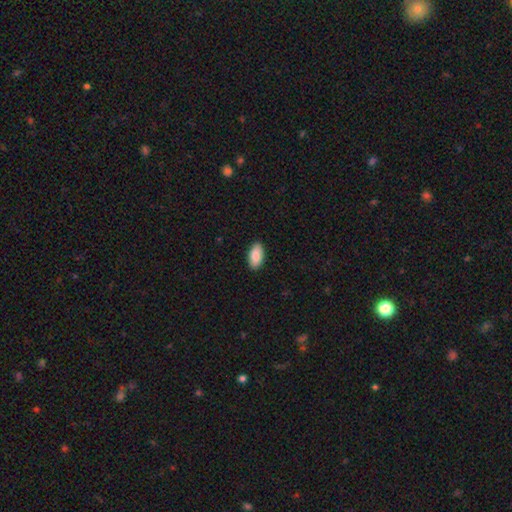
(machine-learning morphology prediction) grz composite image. It shows a smooth galaxy with no disk features (87%) that is in between round and cigar-shaped (94%). Merging: none (90%).